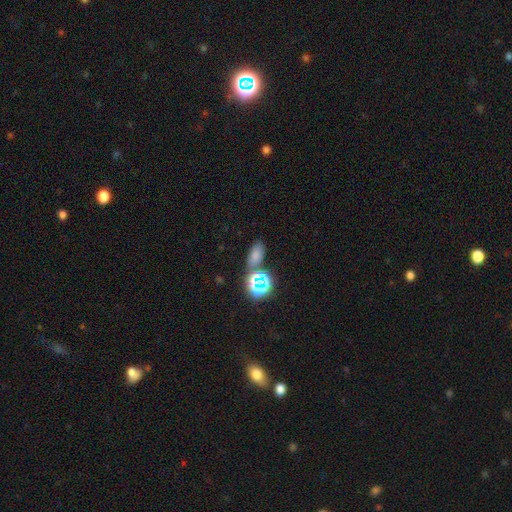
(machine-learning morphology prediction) A smooth galaxy with no disk features (64%) that is in between round and cigar-shaped (84%). Merging: none (72%).